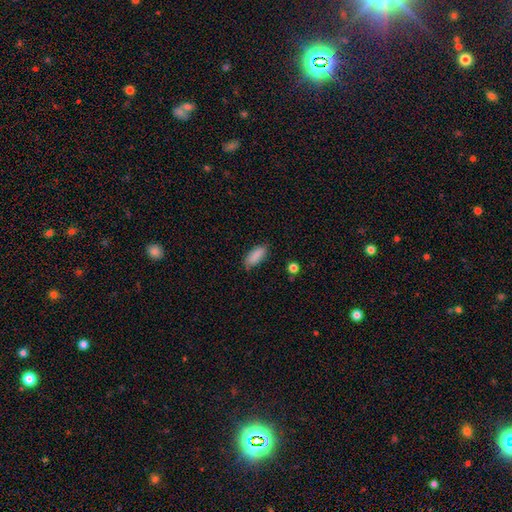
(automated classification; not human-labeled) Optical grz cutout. It shows a smooth galaxy with no disk features (87%) that is in between round and cigar-shaped (73%). Merging: none (79%).